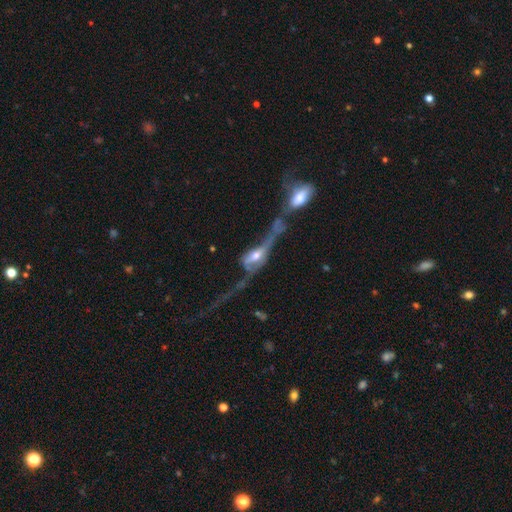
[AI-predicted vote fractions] This appears to be a featured or disk galaxy (70%) viewed edge-on (52%). Merging: merger (43%).